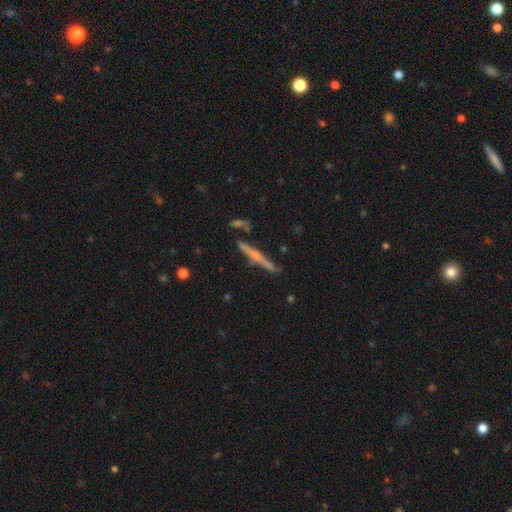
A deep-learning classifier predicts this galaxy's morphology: Smooth or featured? featured or disk (60%)
Edge-on disk? yes (97%)
Edge-on bulge? none (44%, tied with rounded)
Merging? none (83%)